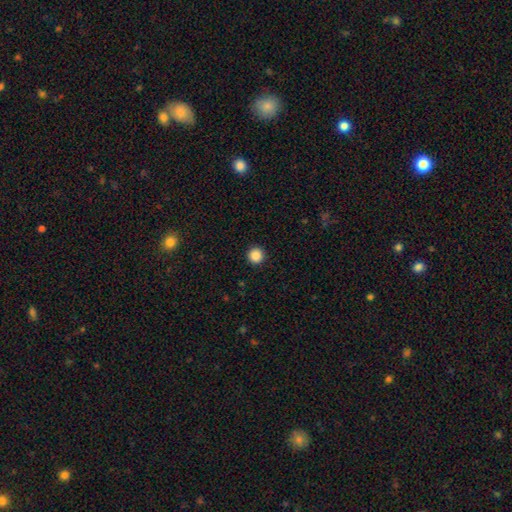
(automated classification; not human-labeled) smooth_or_featured: smooth (p=0.87) [alt: star or artifact p=0.10]
how_rounded: round (p=0.96) [alt: in between p=0.03]
merging: none (p=0.94) [alt: minor disturbance p=0.04]